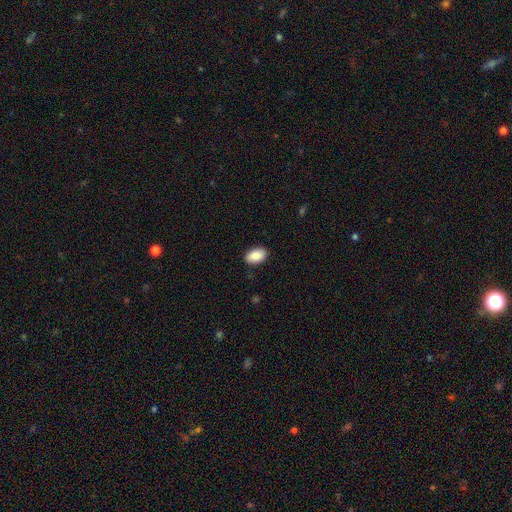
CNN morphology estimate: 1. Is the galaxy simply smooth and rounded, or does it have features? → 89% smooth, 7% star or artifact, 4% featured or disk.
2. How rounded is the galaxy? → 91% in between, 8% round, 1% cigar-shaped.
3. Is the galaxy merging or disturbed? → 88% none, 9% minor disturbance, 2% major disturbance, 1% merger.